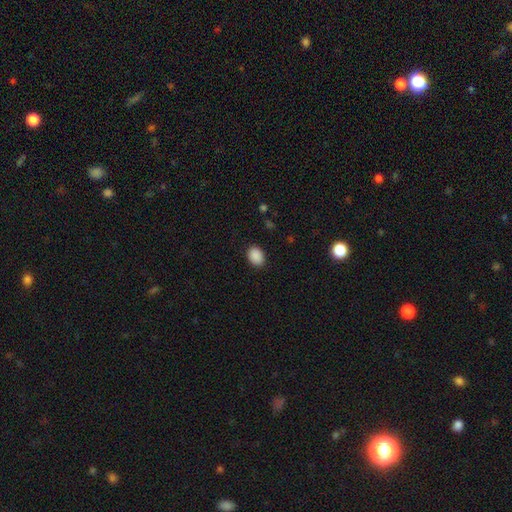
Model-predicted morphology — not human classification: Smooth or featured? smooth (90%)
How rounded? in between (67%)
Merging? none (88%)